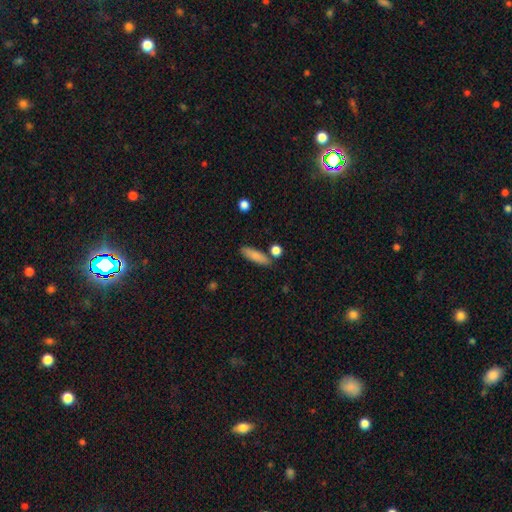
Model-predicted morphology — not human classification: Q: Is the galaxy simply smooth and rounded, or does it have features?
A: smooth — 84%.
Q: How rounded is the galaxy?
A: cigar-shaped — 55%.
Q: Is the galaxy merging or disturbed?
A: none — 79%.